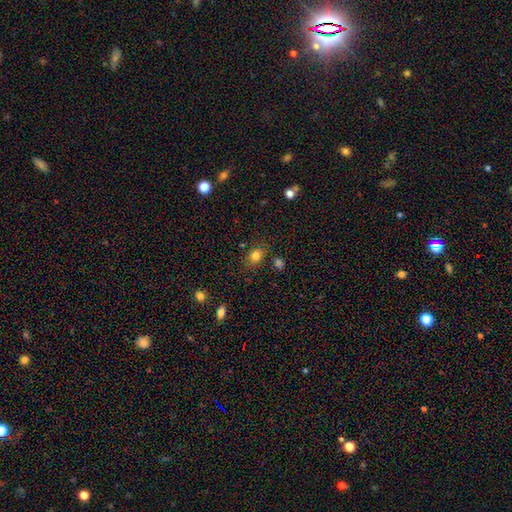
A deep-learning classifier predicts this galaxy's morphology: This is clearly a smooth galaxy (80%). How rounded: possibly in between (52%). Merging: likely none (78%).